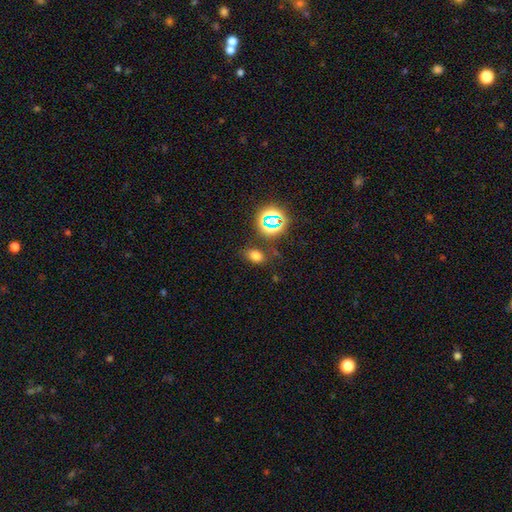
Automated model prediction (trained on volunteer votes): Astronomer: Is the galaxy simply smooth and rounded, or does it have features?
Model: smooth — 68%.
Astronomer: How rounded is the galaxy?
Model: in between — 75%.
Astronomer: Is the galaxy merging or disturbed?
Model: none — 78%.